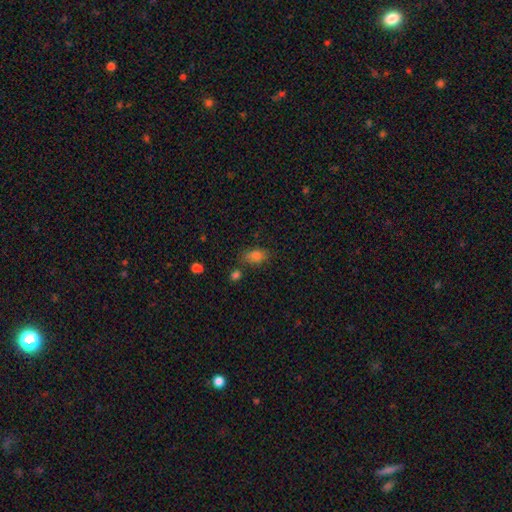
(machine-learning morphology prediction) This is likely a smooth galaxy (77%). How rounded: clearly in between (83%). Merging: likely none (68%).